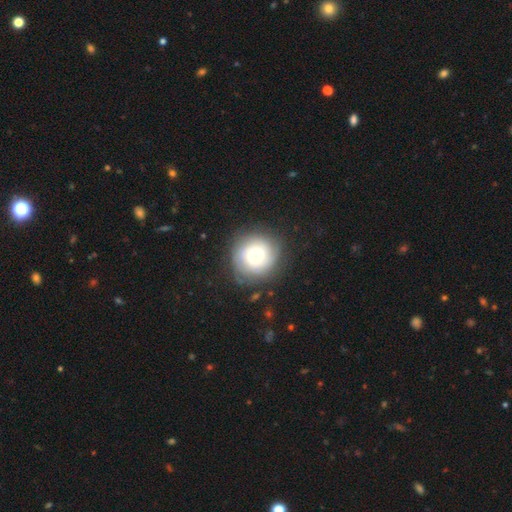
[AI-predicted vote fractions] Q: Smooth or featured?
A: featured or disk (49%); runner-up: smooth (42%)
Q: Merging?
A: none (78%); runner-up: minor disturbance (14%)